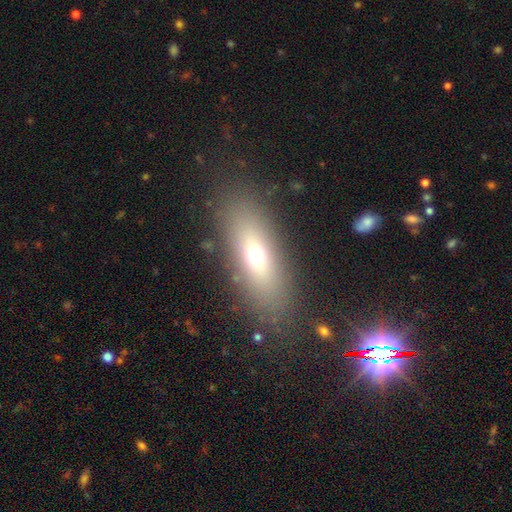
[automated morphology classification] Smooth or featured: smooth — 62% (featured or disk — 26%)
How rounded: in between — 61% (cigar-shaped — 34%)
Merging: none — 83% (minor disturbance — 10%)